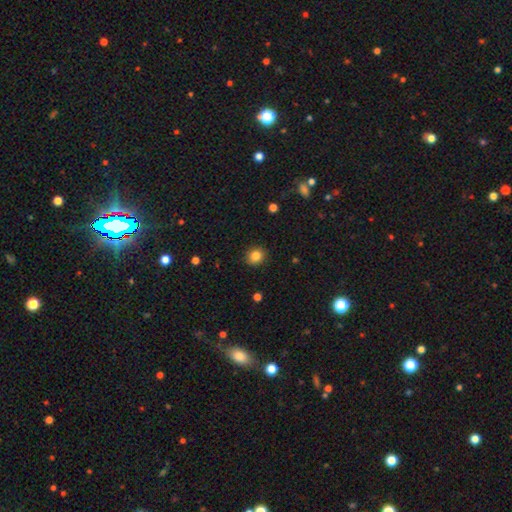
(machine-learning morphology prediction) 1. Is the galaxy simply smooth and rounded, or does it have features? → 84% smooth, 11% star or artifact, 5% featured or disk.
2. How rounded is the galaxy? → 79% round, 20% in between, 1% cigar-shaped.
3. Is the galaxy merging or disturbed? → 89% none, 8% minor disturbance, 2% major disturbance, 1% merger.